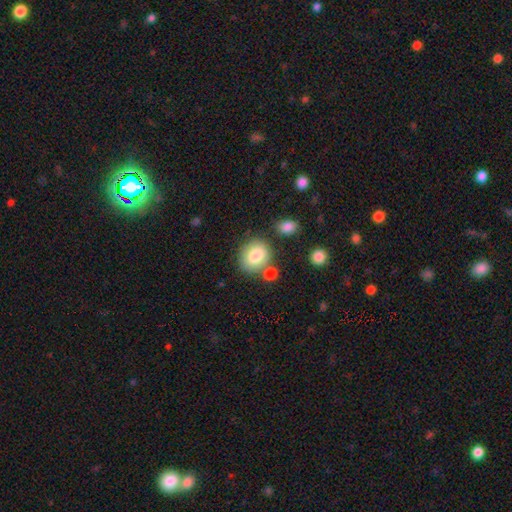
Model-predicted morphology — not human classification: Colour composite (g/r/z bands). It shows a smooth galaxy with no disk features (81%) that is round (58%). Merging: none (71%).